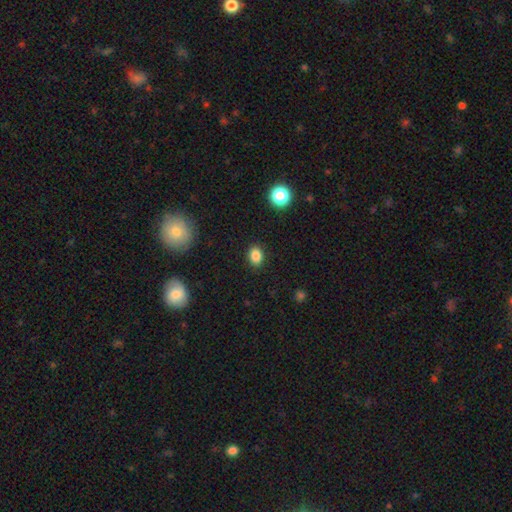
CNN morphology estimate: Q: Smooth or featured?
A: smooth (85%); runner-up: star or artifact (11%)
Q: How rounded?
A: in between (64%); runner-up: round (35%)
Q: Merging?
A: none (89%); runner-up: minor disturbance (8%)